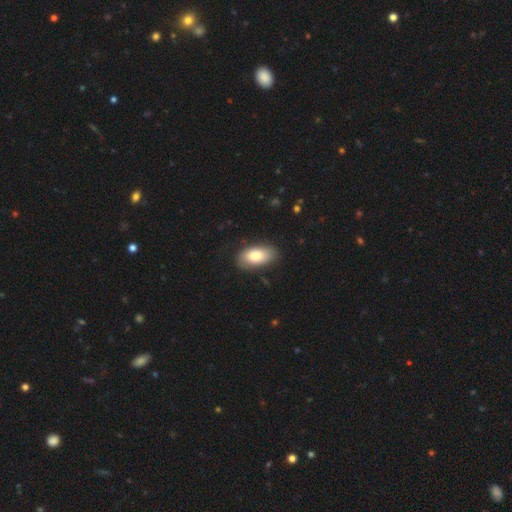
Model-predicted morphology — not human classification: smooth_or_featured: smooth (p=0.79) [alt: featured or disk p=0.15]
how_rounded: in between (p=0.93) [alt: round p=0.04]
merging: none (p=0.82) [alt: minor disturbance p=0.14]